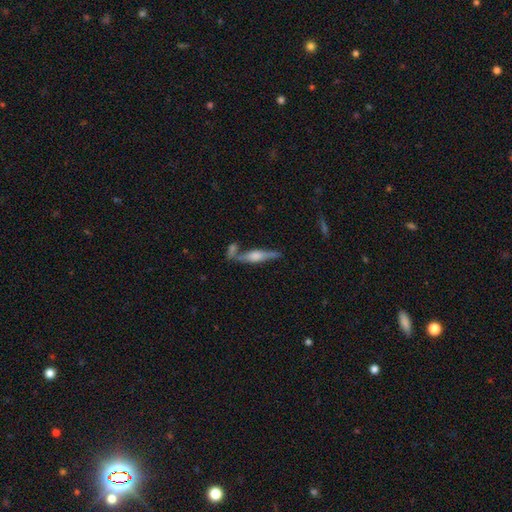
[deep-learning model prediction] A featured or disk galaxy (72%) viewed edge-on (95%) with a rounded central bulge (76%). Merging: none (68%).